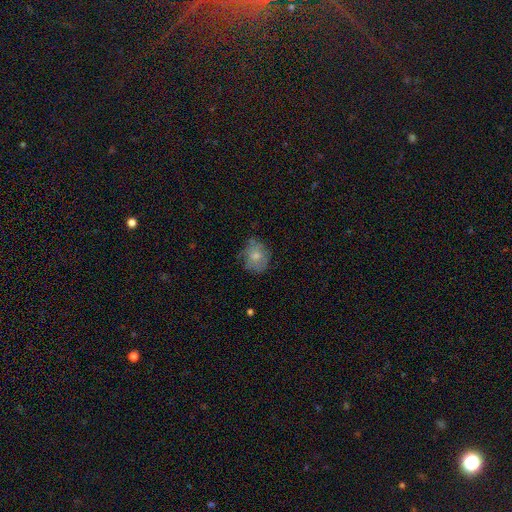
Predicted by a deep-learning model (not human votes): smooth 62%, featured or disk 29%, star or artifact 9%. Down the decision tree: how rounded — round (61%); merging — none (58%).